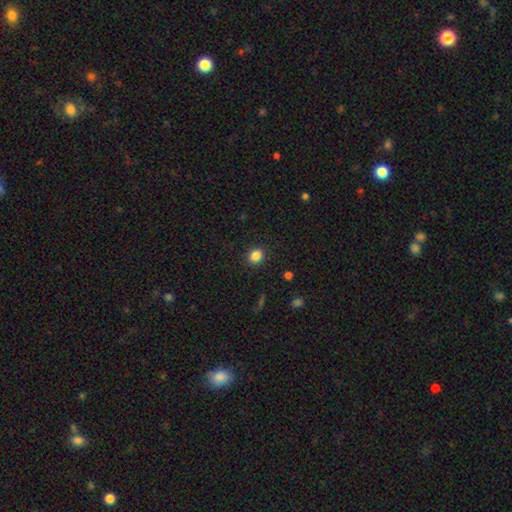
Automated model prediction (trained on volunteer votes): Morphology: type=smooth (85%); roundness=round (61%); merging=none (89%).